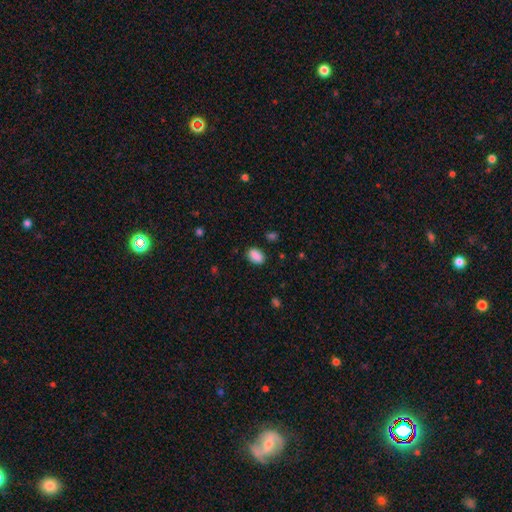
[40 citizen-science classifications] This appears to be a smooth galaxy with no disk features (92%) that is in between round and cigar-shaped (95%). Merging: none (79%).